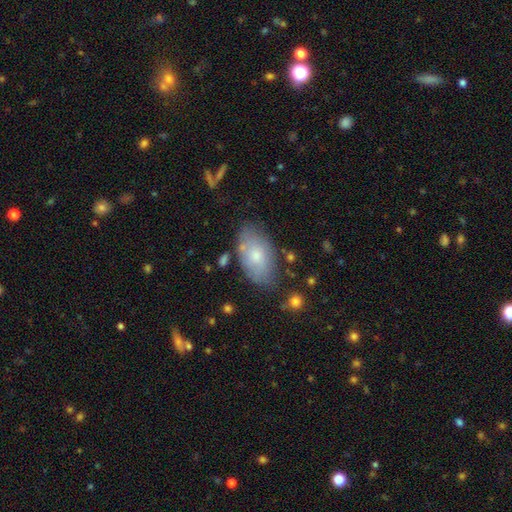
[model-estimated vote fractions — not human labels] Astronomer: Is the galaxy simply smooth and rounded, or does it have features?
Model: smooth — 67%.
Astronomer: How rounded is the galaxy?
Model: in between — 93%.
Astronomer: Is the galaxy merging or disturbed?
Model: none — 71%.